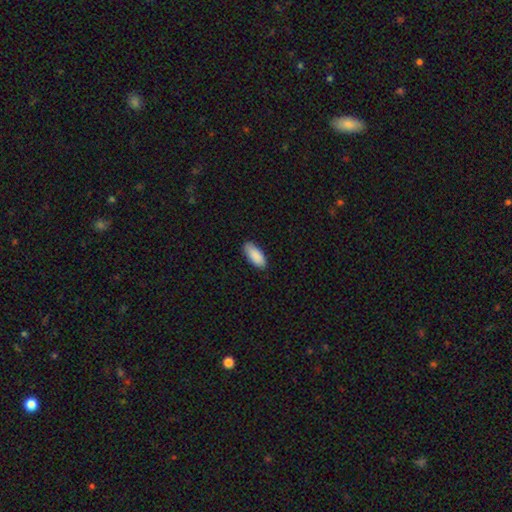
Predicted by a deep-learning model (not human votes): Smooth or featured? Predicted: smooth (p=0.90). How rounded? Predicted: in between (p=0.85). Merging? Predicted: none (p=0.86).